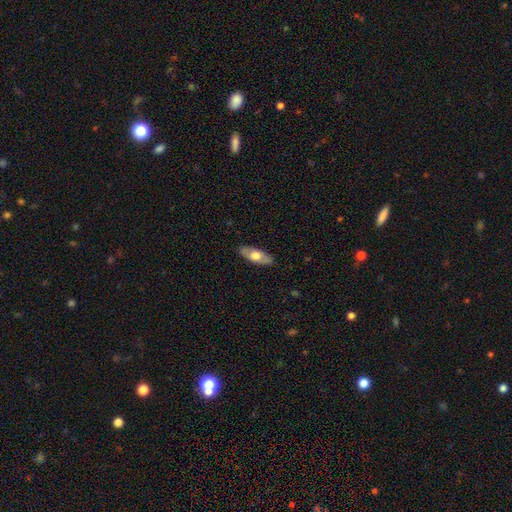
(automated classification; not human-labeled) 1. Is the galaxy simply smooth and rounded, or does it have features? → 59% smooth, 35% featured or disk, 5% star or artifact.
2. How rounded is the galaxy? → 78% in between, 19% cigar-shaped, 3% round.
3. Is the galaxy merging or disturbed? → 86% none, 11% minor disturbance, 2% major disturbance, 1% merger.